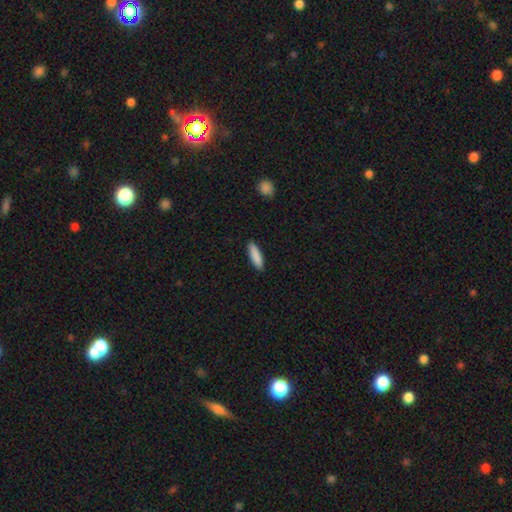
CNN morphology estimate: The model was most divided on "how rounded": cigar-shaped: 67%, in between: 32%, round: 1%. More confident: merging — none (89%); smooth or featured — smooth (88%).